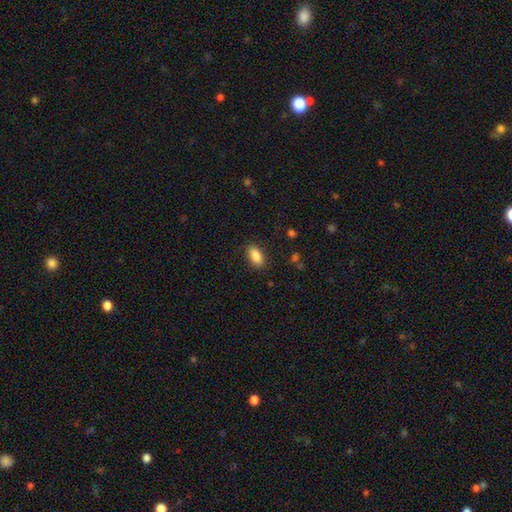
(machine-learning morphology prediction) Smooth or featured: smooth — 87% (star or artifact — 7%)
How rounded: in between — 90% (cigar-shaped — 6%)
Merging: none — 87% (minor disturbance — 9%)